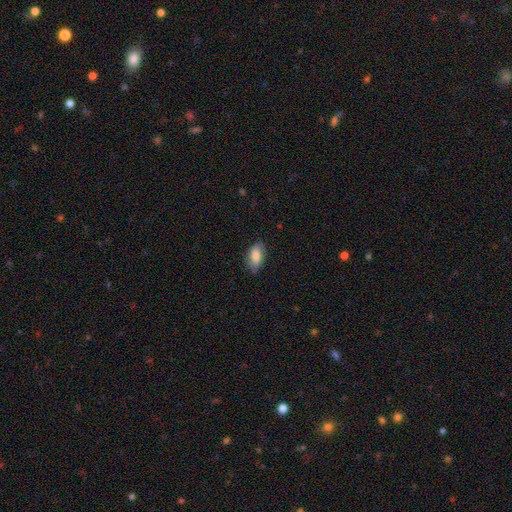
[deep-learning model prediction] smooth_or_featured: smooth (p=0.79) [alt: featured or disk p=0.14]
how_rounded: in between (p=0.92) [alt: round p=0.04]
merging: none (p=0.77) [alt: minor disturbance p=0.19]